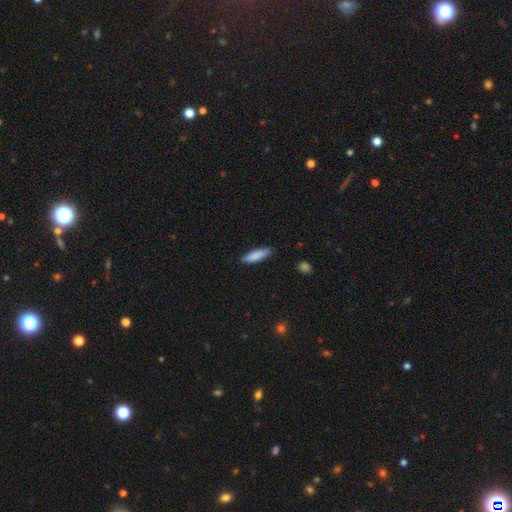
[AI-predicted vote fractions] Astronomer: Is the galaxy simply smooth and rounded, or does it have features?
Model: smooth — 85%.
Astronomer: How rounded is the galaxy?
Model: cigar-shaped — 66%.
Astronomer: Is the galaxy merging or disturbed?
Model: none — 85%.